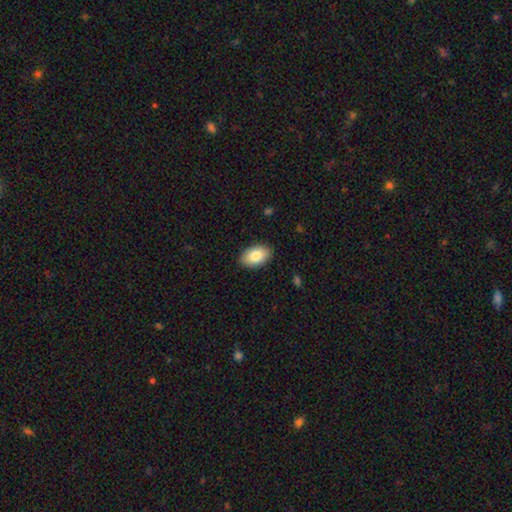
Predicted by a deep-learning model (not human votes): smooth-or-featured: smooth: 83% | featured or disk: 10% | star or artifact: 7%
  how-rounded: in between: 92% | round: 7% | cigar-shaped: 1%
  merging: none: 88% | minor disturbance: 9% | major disturbance: 2% | merger: 1%